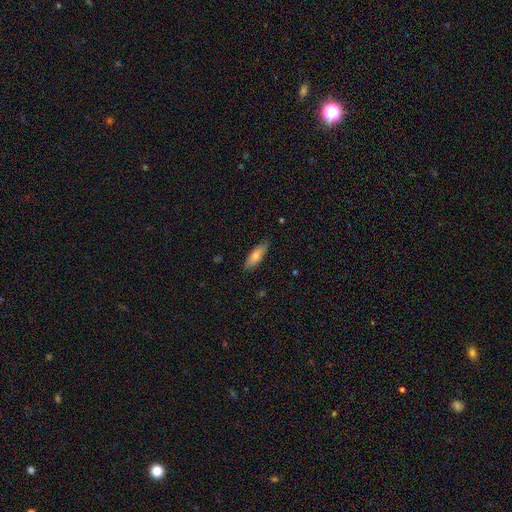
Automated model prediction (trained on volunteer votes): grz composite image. It shows a smooth galaxy with no disk features (71%) that is in between round and cigar-shaped (58%). Merging: none (81%).